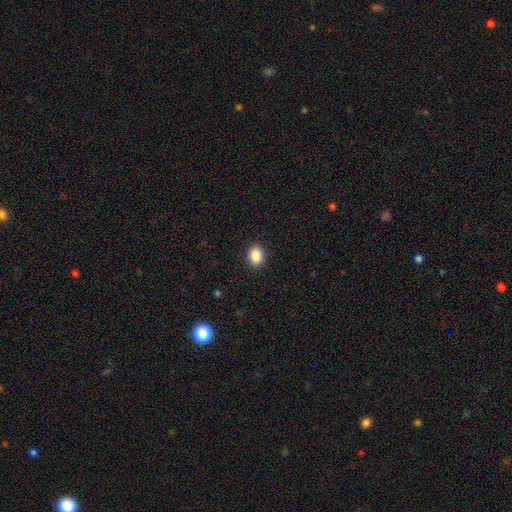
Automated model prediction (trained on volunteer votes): A smooth galaxy with no disk features (88%) that is in between round and cigar-shaped (60%). Merging: none (90%).